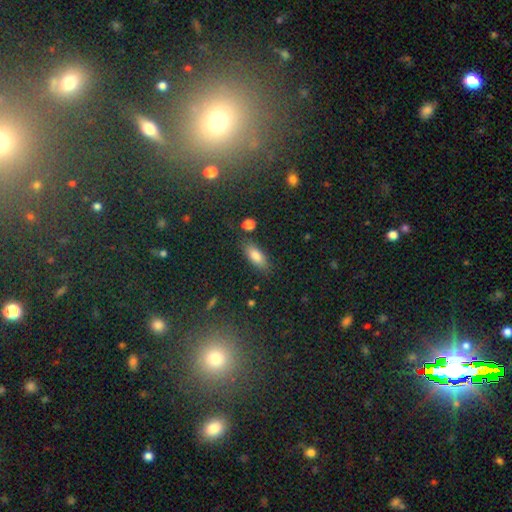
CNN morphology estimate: Smooth or featured?
  - smooth: 82% *
  - star or artifact: 10%
  - featured or disk: 9%
How rounded?
  - in between: 78% *
  - cigar-shaped: 19%
  - round: 3%
Merging?
  - none: 83% *
  - minor disturbance: 11%
  - major disturbance: 3%
  - merger: 3%